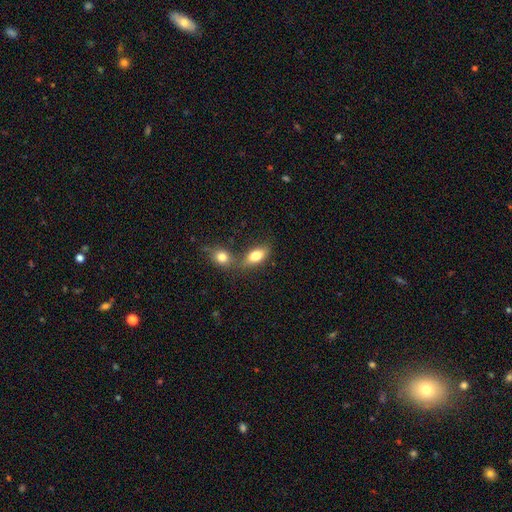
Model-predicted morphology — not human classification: A smooth galaxy with no disk features (79%) that is in between round and cigar-shaped (85%).

Vote fractions:
- Smooth or featured? smooth: 79% / featured or disk: 13% / star or artifact: 8%
- How rounded? in between: 85% / round: 9% / cigar-shaped: 6%
- Merging? none: 44% / merger: 41% / minor disturbance: 11% / major disturbance: 4%